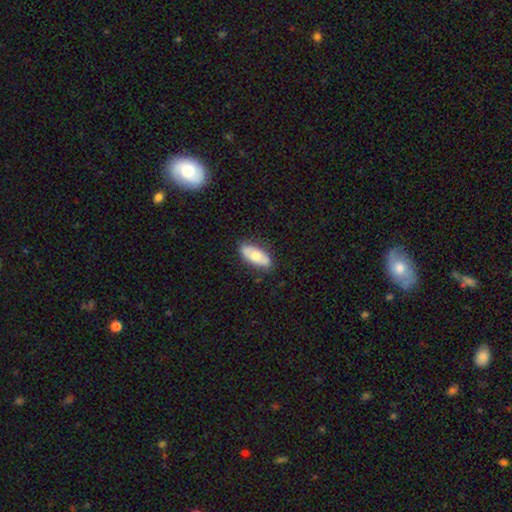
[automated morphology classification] Smooth or featured?
  - smooth: 61% *
  - featured or disk: 33%
  - star or artifact: 6%
How rounded?
  - in between: 85% *
  - cigar-shaped: 12%
  - round: 3%
Merging?
  - none: 82% *
  - minor disturbance: 13%
  - major disturbance: 3%
  - merger: 1%